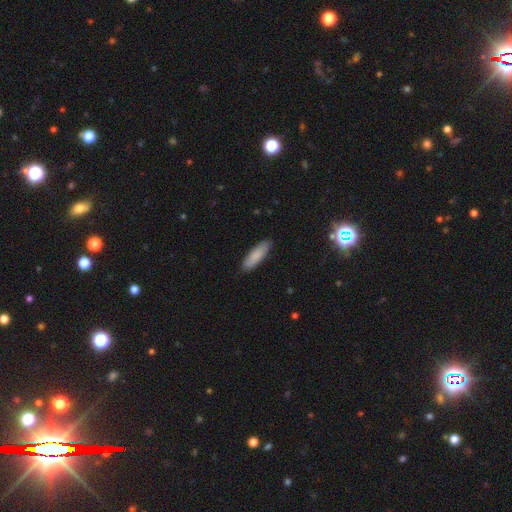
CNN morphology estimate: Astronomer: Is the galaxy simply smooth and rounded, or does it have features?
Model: smooth — 85%.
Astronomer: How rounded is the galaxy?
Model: cigar-shaped — 58% (runner-up: in between, 41%).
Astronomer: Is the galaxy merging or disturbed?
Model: none — 88%.